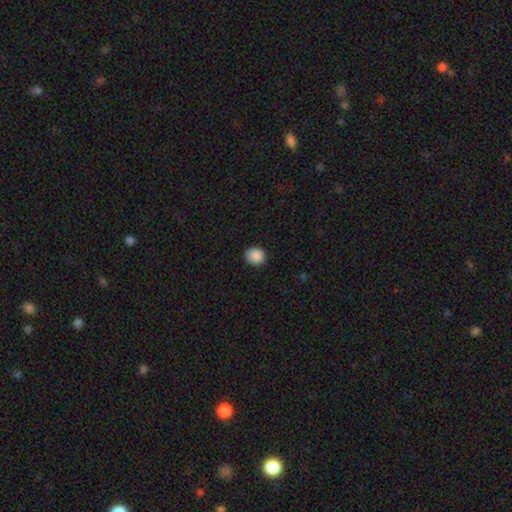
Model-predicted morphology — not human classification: This is clearly a smooth galaxy (88%). How rounded: clearly round (84%). Merging: clearly none (90%).